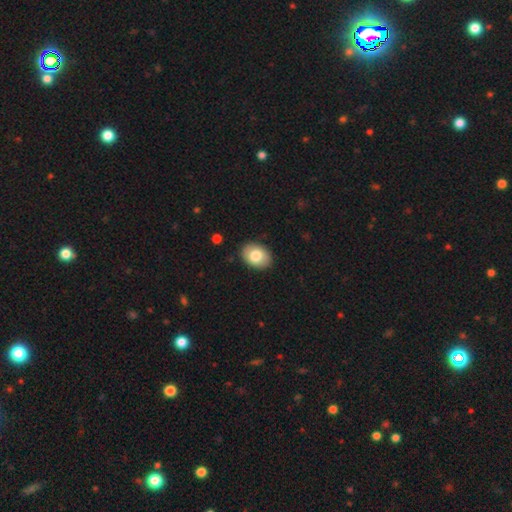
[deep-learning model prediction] A smooth galaxy with no disk features (80%) that is in between round and cigar-shaped (75%). Merging: none (88%).